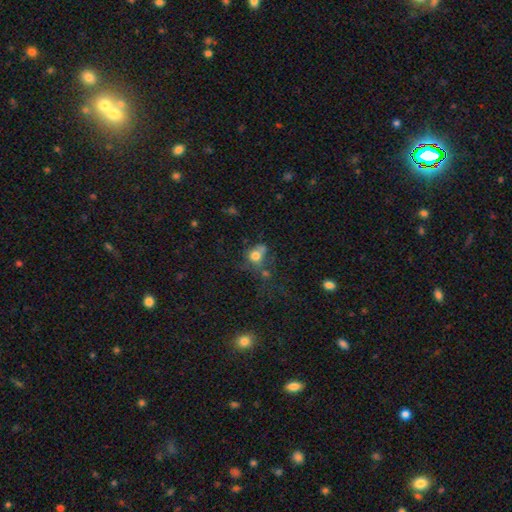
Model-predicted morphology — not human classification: The model was most divided on "merging": none: 36%, merger: 22%, major disturbance: 21%, minor disturbance: 20%. More confident: smooth or featured — smooth (71%); how rounded — round (64%).